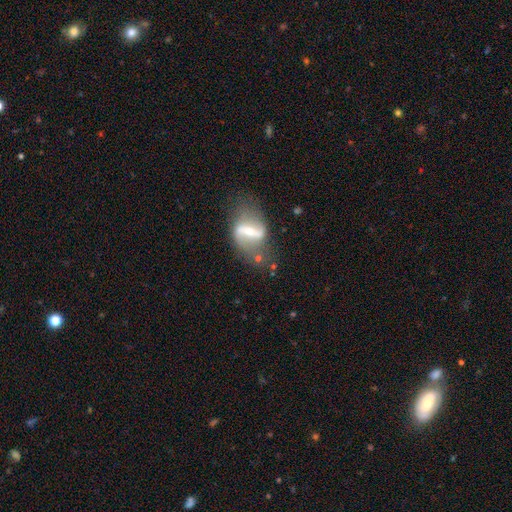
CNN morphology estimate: A featured or disk galaxy (81%) with a strong bar (62%), 2 (88%) loose (69%) spiral arms (81%) and a small central bulge (54%).

Vote fractions:
- Smooth or featured? featured or disk: 81% / smooth: 11% / star or artifact: 8%
- Edge-on disk? no: 93% / yes: 7%
- Bar? strong: 62% / weak: 29% / no: 9%
- Spiral arms? yes: 81% / no: 19%
- Spiral winding? loose: 69% / medium: 24% / tight: 7%
- Spiral arm count? 2: 88% / can't tell: 6% / 1: 4% / 3: 1% / 4: 1% / more than 4: 1%
- Bulge size? small: 54% / moderate: 37% / none: 5% / large: 3% / dominant: 1%
- Merging? none: 67% / minor disturbance: 17% / major disturbance: 10% / merger: 7%